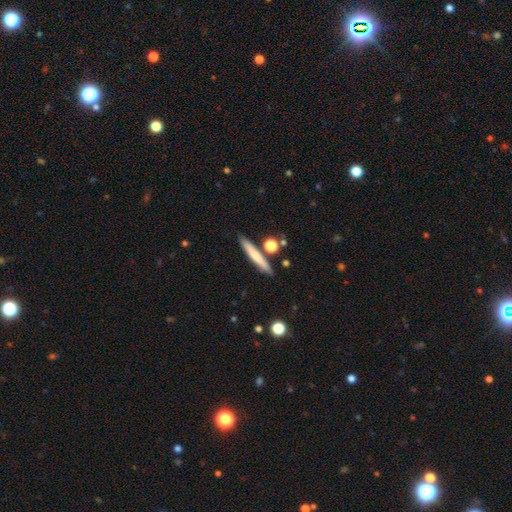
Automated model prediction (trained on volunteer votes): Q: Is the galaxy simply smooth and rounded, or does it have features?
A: smooth — 68%.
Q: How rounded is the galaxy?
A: cigar-shaped — 90%.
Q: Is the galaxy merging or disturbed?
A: none — 82%.